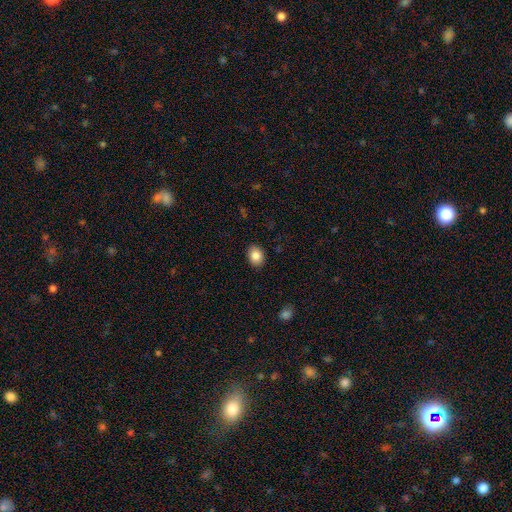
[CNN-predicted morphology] smooth_or_featured: smooth (p=0.86) [alt: star or artifact p=0.08]
how_rounded: in between (p=0.65) [alt: round p=0.34]
merging: none (p=0.90) [alt: minor disturbance p=0.07]